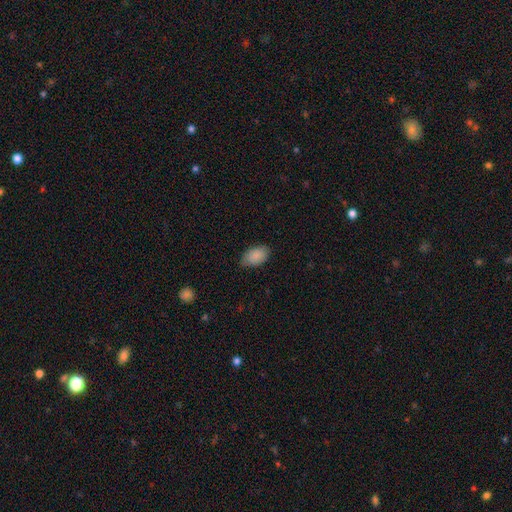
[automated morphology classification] Smooth or featured?
  - smooth: 87% *
  - star or artifact: 7%
  - featured or disk: 7%
How rounded?
  - in between: 92% *
  - round: 7%
  - cigar-shaped: 1%
Merging?
  - none: 75% *
  - minor disturbance: 21%
  - major disturbance: 3%
  - merger: 1%